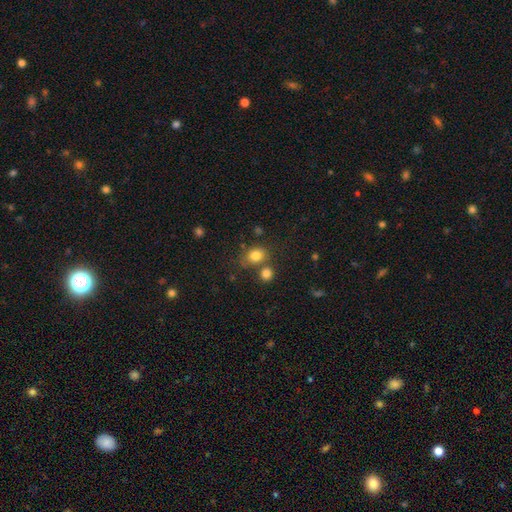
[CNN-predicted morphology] This is clearly a smooth galaxy (81%). How rounded: possibly round (55%). Merging: possibly none (58%).